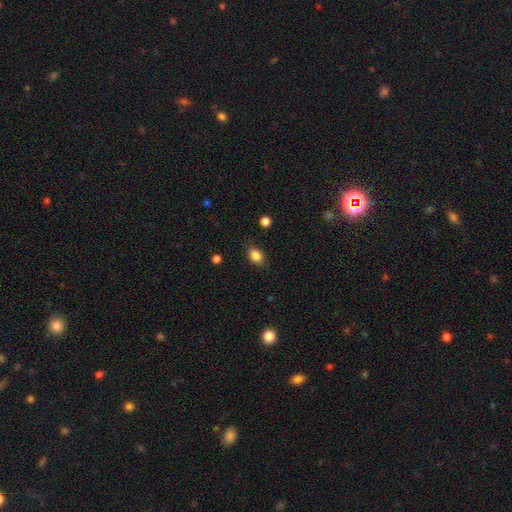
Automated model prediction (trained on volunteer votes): Smooth or featured? Predicted: smooth (p=0.85). How rounded? Predicted: in between (p=0.56). Merging? Predicted: none (p=0.82).